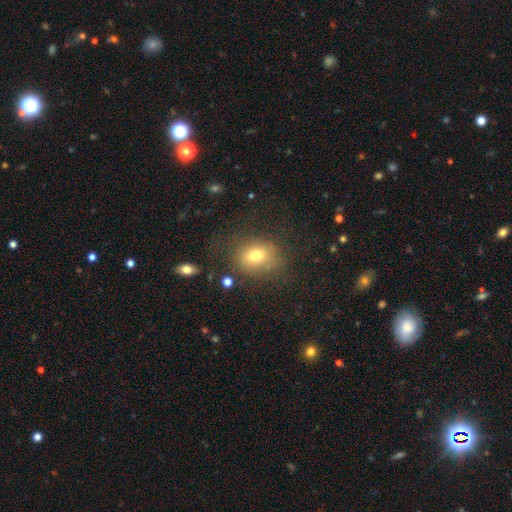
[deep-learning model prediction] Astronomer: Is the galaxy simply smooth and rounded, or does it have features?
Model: smooth — 74%.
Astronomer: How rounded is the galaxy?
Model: in between — 51% (runner-up: round, 48%).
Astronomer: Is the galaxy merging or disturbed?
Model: none — 70%.